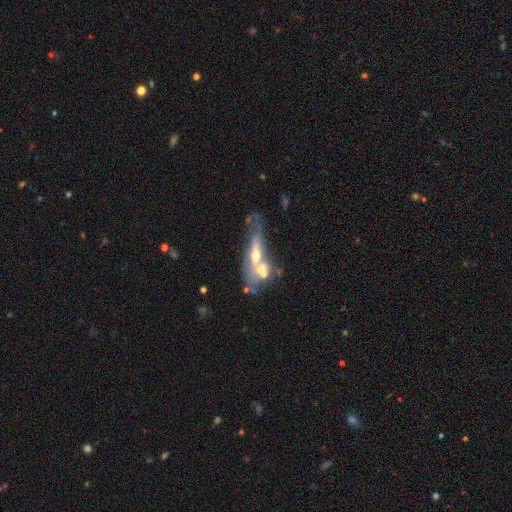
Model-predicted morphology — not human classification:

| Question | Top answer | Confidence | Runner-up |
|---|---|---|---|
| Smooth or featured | featured or disk | 62% | smooth (29%) |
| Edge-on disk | no | 62% | yes (38%) |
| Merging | merger | 39% | none (27%) |